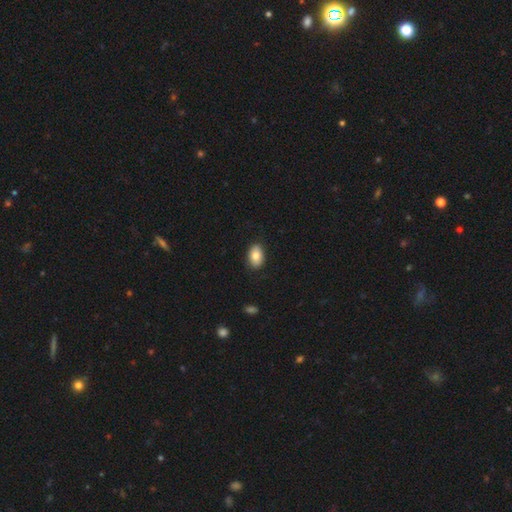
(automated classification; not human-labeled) The model was most divided on "smooth or featured": smooth: 83%, featured or disk: 10%, star or artifact: 7%. More confident: how rounded — in between (89%); merging — none (86%).